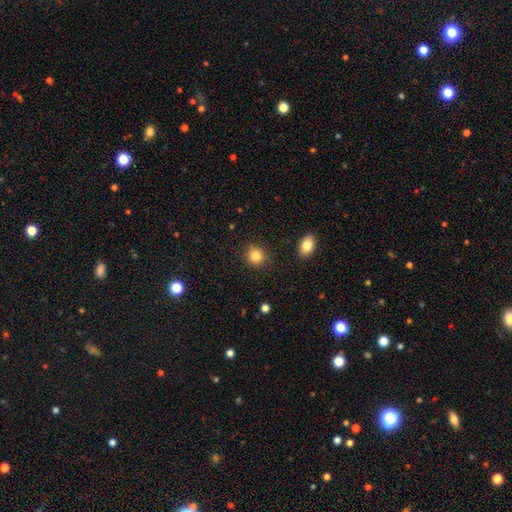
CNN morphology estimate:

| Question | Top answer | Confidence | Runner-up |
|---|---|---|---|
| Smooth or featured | smooth | 84% | star or artifact (10%) |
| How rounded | round | 86% | in between (13%) |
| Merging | none | 89% | minor disturbance (7%) |